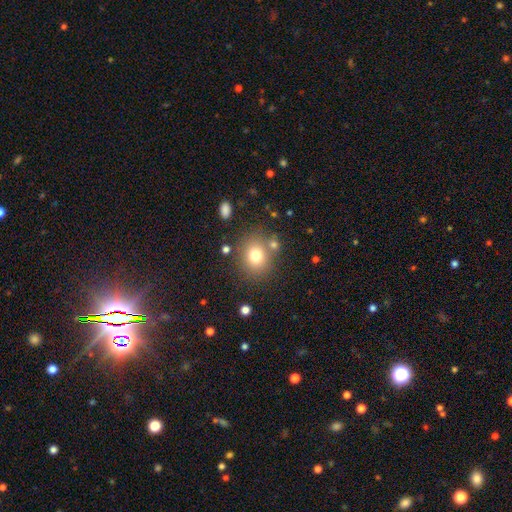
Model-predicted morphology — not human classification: A smooth galaxy with no disk features (75%) that is round (73%).

Vote fractions:
- Smooth or featured? smooth: 75% / star or artifact: 14% / featured or disk: 12%
- How rounded? round: 73% / in between: 26% / cigar-shaped: 1%
- Merging? none: 75% / minor disturbance: 11% / merger: 9% / major disturbance: 5%